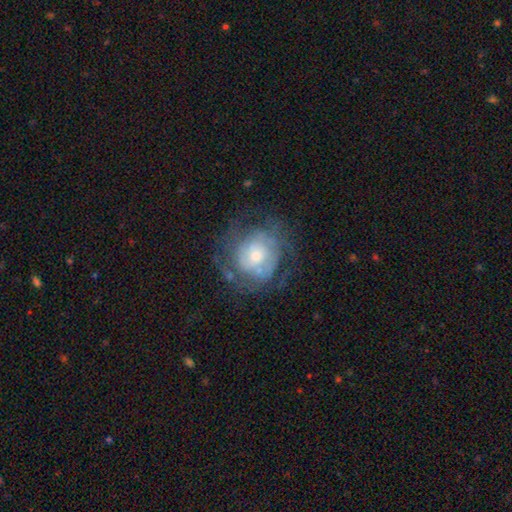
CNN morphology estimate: The model was most divided on "bulge size": moderate: 49%, small: 40%, large: 8%, none: 2%, dominant: 1%. More confident: edge-on disk — no (97%); spiral arms — yes (77%); bar — no (74%); smooth or featured — featured or disk (69%); merging — none (65%); spiral winding — tight (61%); spiral arm count — can't tell (51%).